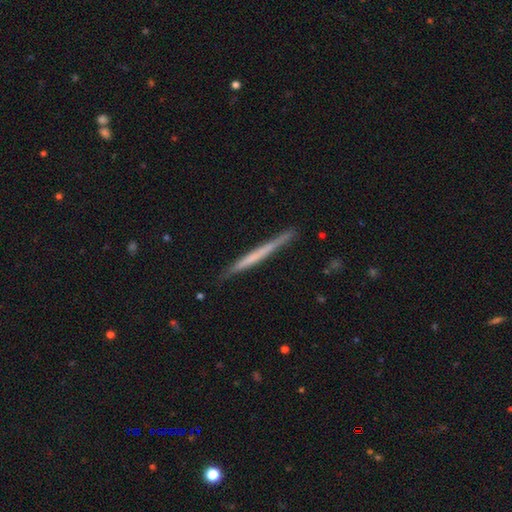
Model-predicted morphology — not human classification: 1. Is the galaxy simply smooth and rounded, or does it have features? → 50% featured or disk, 45% smooth, 5% star or artifact.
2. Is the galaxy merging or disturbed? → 88% none, 9% minor disturbance, 2% major disturbance, 1% merger.